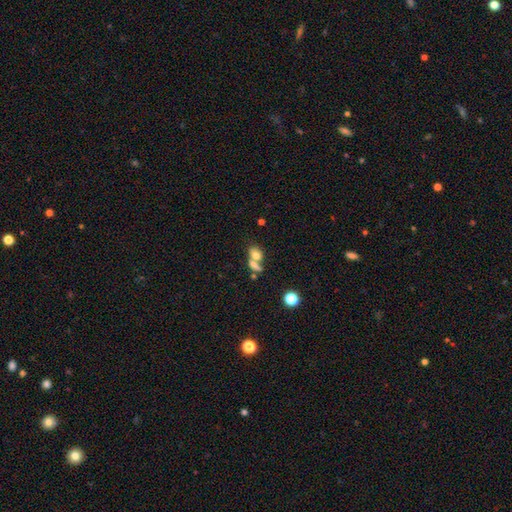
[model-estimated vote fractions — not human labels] A smooth galaxy with no disk features (69%) that is in between round and cigar-shaped (71%). Merging: merger (57%).